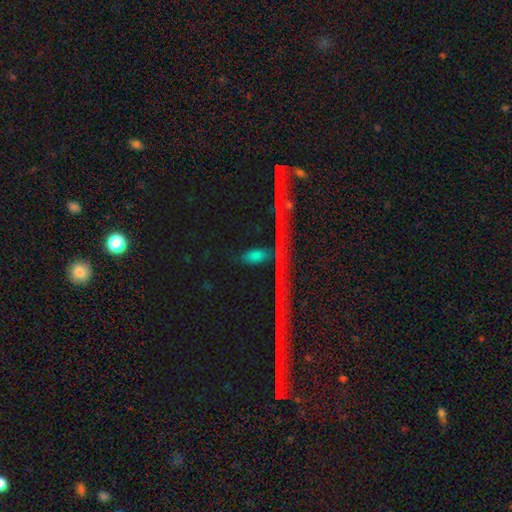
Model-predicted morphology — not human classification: A smooth galaxy with no disk features (49%).

Vote fractions:
- Smooth or featured? smooth: 49% / star or artifact: 38% / featured or disk: 13%
- Merging? none: 75% / minor disturbance: 13% / major disturbance: 7% / merger: 5%